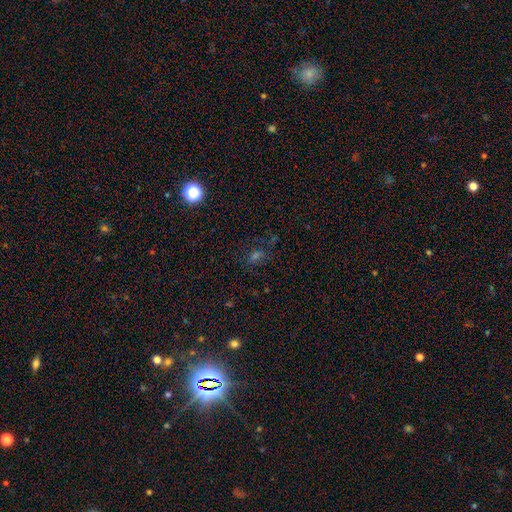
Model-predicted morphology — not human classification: Smooth or featured? Predicted: star or artifact (p=0.47).